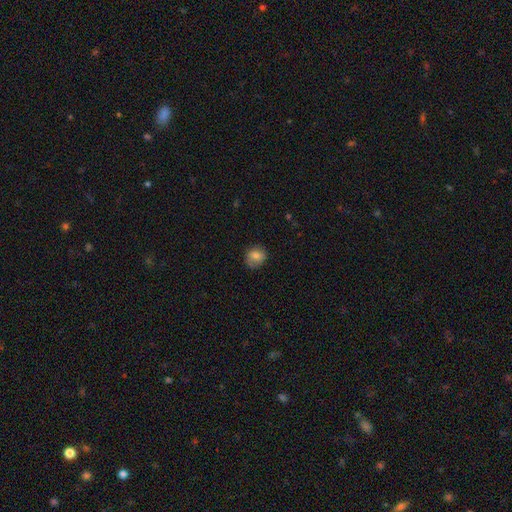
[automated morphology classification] A smooth galaxy with no disk features (75%) that is round (70%).

Vote fractions:
- Smooth or featured? smooth: 75% / featured or disk: 16% / star or artifact: 9%
- How rounded? round: 70% / in between: 29% / cigar-shaped: 1%
- Merging? none: 74% / minor disturbance: 19% / major disturbance: 5% / merger: 1%